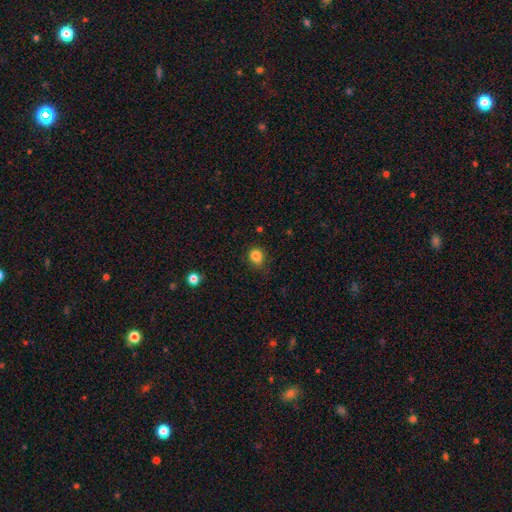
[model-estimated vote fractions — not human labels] This appears to be a smooth galaxy with no disk features (83%) that is round (71%). Merging: none (75%).